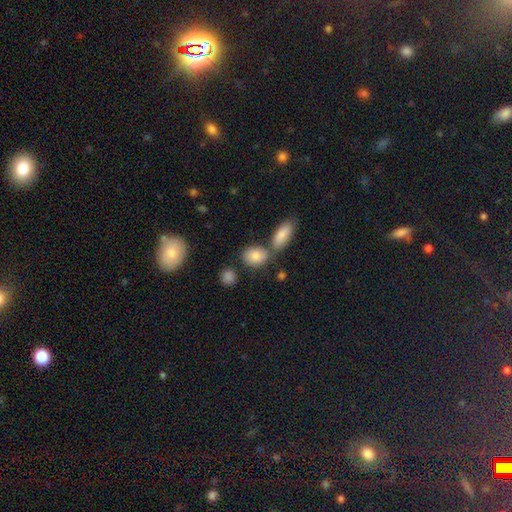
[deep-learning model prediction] A smooth galaxy with no disk features (81%) that is in between round and cigar-shaped (57%). Merging: none (64%).